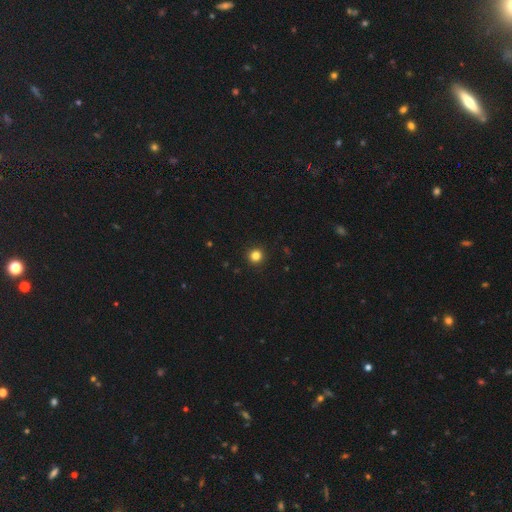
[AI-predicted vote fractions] A smooth galaxy with no disk features (83%) that is round (96%).

Vote fractions:
- Smooth or featured? smooth: 83% / star or artifact: 13% / featured or disk: 4%
- How rounded? round: 96% / in between: 3% / cigar-shaped: 1%
- Merging? none: 94% / minor disturbance: 4% / major disturbance: 2% / merger: 1%